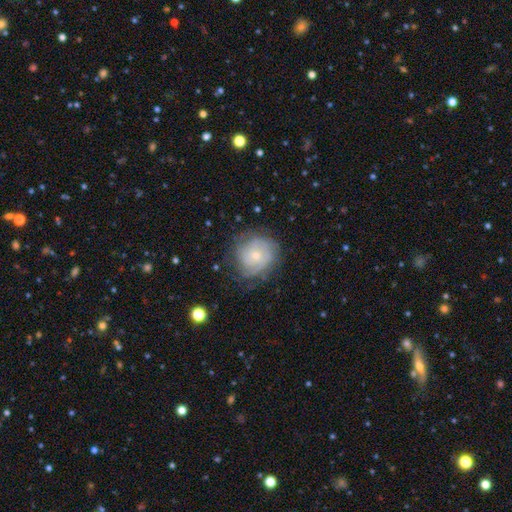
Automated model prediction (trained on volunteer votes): Q: Smooth or featured?
A: featured or disk (69%); runner-up: smooth (24%)
Q: Edge-on disk?
A: no (98%); runner-up: yes (2%)
Q: Bar?
A: no (76%); runner-up: weak (21%)
Q: Spiral arms?
A: yes (89%); runner-up: no (11%)
Q: Spiral winding?
A: tight (68%); runner-up: medium (25%)
Q: Spiral arm count?
A: can't tell (46%); runner-up: 2 (21%)
Q: Bulge size?
A: small (63%); runner-up: moderate (32%)
Q: Merging?
A: none (71%); runner-up: minor disturbance (20%)